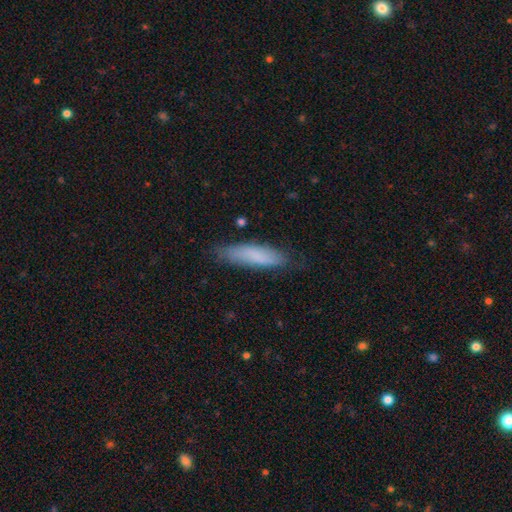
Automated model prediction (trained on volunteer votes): Q: Smooth or featured?
A: smooth (80%); runner-up: featured or disk (14%)
Q: How rounded?
A: cigar-shaped (67%); runner-up: in between (32%)
Q: Merging?
A: none (77%); runner-up: minor disturbance (18%)